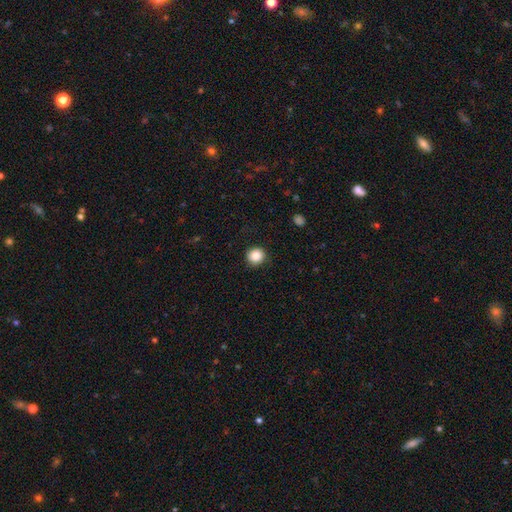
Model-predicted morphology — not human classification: A smooth galaxy with no disk features (87%) that is round (92%).

Vote fractions:
- Smooth or featured? smooth: 87% / star or artifact: 10% / featured or disk: 4%
- How rounded? round: 92% / in between: 7% / cigar-shaped: 1%
- Merging? none: 90% / minor disturbance: 6% / major disturbance: 2% / merger: 1%